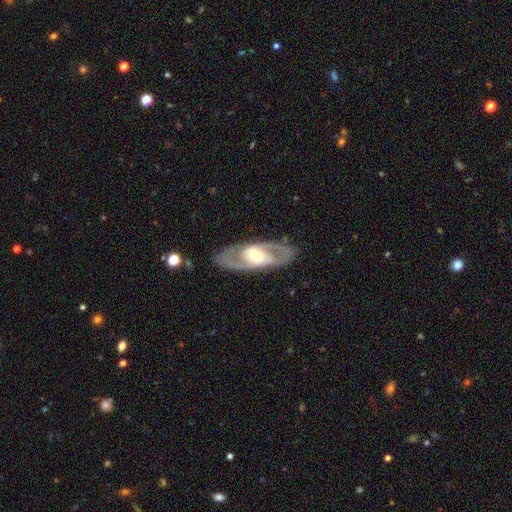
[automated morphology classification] Q: Smooth or featured?
A: featured or disk (80%); runner-up: smooth (15%)
Q: Edge-on disk?
A: no (89%); runner-up: yes (11%)
Q: Bar?
A: no (42%); runner-up: weak (34%)
Q: Spiral arms?
A: yes (75%); runner-up: no (25%)
Q: Spiral winding?
A: medium (51%); runner-up: tight (31%)
Q: Spiral arm count?
A: 2 (85%); runner-up: can't tell (9%)
Q: Bulge size?
A: moderate (50%); runner-up: small (31%)
Q: Merging?
A: none (84%); runner-up: minor disturbance (10%)